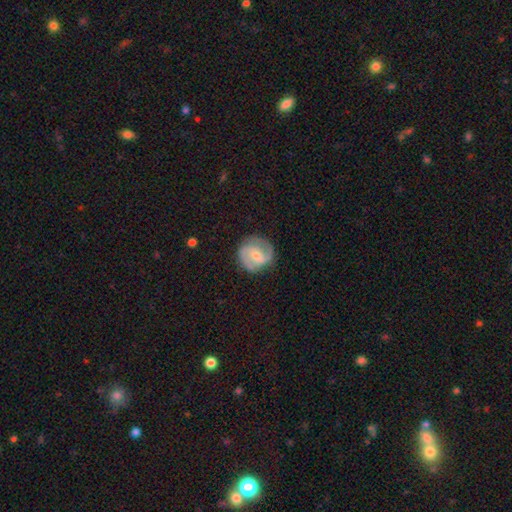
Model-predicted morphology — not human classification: Smooth or featured? Predicted: featured or disk (p=0.78). Edge-on disk? Predicted: no (p=0.98). Bar? Predicted: weak (p=0.47). Spiral arms? Predicted: yes (p=0.94). Spiral winding? Predicted: medium (p=0.48). Spiral arm count? Predicted: 2 (p=0.83). Bulge size? Predicted: small (p=0.61). Merging? Predicted: none (p=0.79).